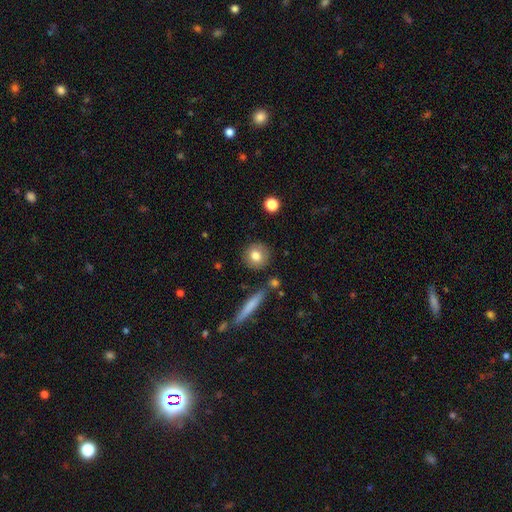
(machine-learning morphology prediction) smooth_or_featured: smooth (p=0.78) [alt: featured or disk p=0.14]
how_rounded: round (p=0.87) [alt: in between p=0.11]
merging: none (p=0.85) [alt: minor disturbance p=0.09]